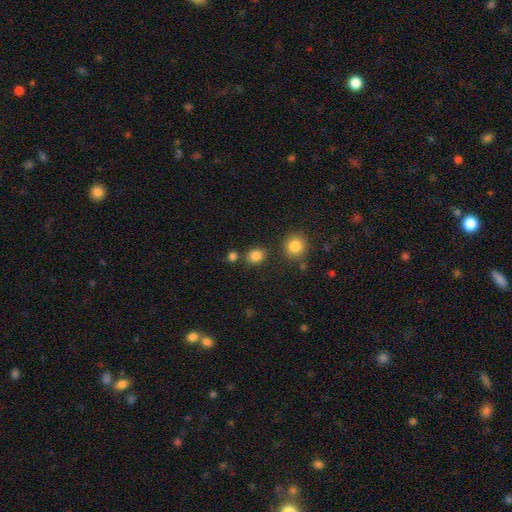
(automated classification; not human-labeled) Q: Smooth or featured?
A: smooth (84%); runner-up: star or artifact (12%)
Q: How rounded?
A: round (62%); runner-up: in between (37%)
Q: Merging?
A: none (79%); runner-up: minor disturbance (10%)